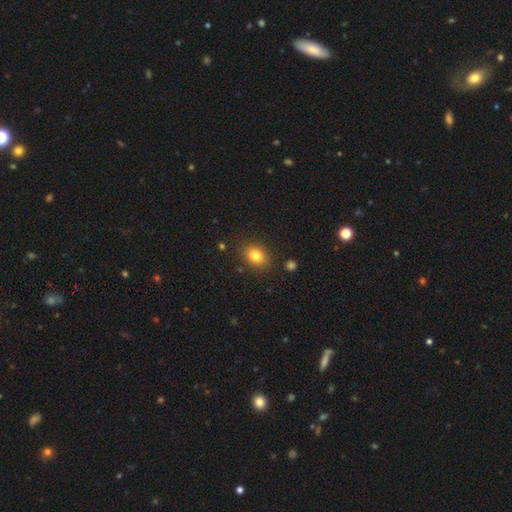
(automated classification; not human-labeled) Morphology: type=smooth (82%); roundness=in between (55%); merging=none (85%).